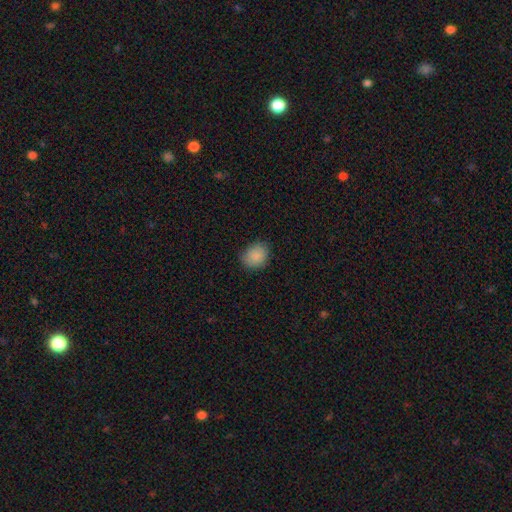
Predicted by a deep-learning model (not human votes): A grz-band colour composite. It shows a smooth galaxy with no disk features (88%) that is round (54%). Merging: none (83%).